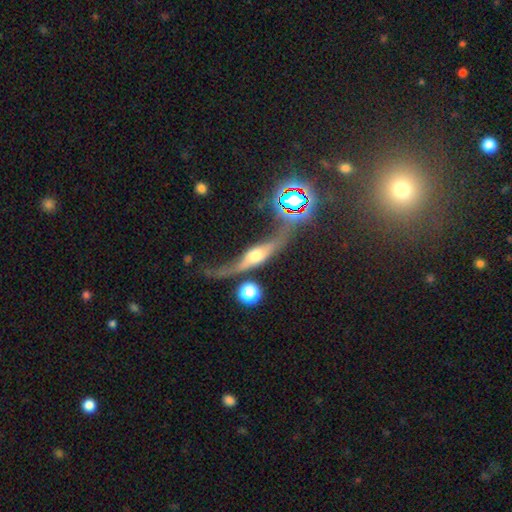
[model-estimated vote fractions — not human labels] Q: Smooth or featured?
A: featured or disk (74%); runner-up: smooth (16%)
Q: Edge-on disk?
A: yes (67%); runner-up: no (33%)
Q: Merging?
A: none (48%); runner-up: minor disturbance (22%)